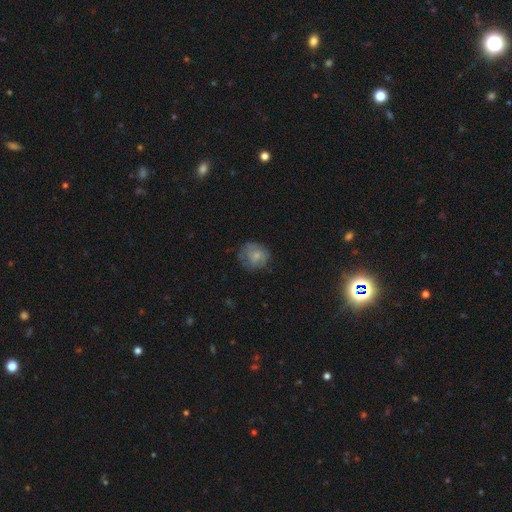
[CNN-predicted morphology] The model was most divided on "smooth or featured": smooth: 61%, featured or disk: 30%, star or artifact: 9%. More confident: how rounded — round (80%); merging — none (67%).